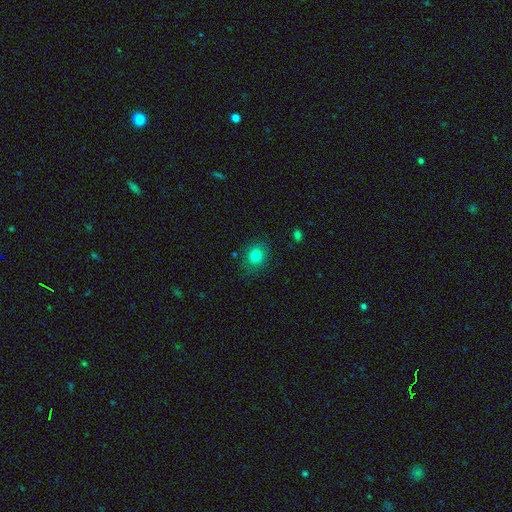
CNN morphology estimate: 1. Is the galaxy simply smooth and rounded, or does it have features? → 80% smooth, 13% star or artifact, 7% featured or disk.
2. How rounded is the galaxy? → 74% round, 25% in between, 1% cigar-shaped.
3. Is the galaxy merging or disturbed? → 83% none, 12% minor disturbance, 3% major disturbance, 2% merger.